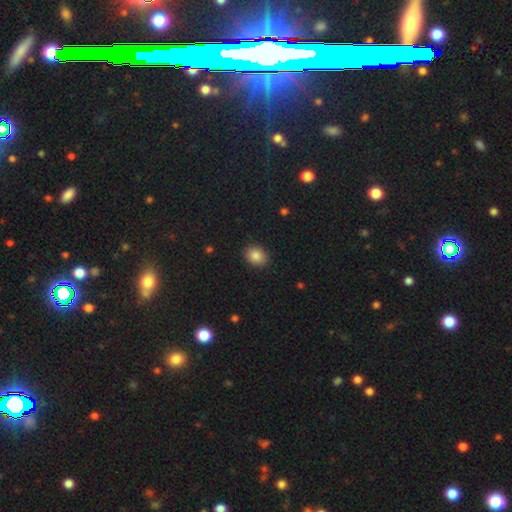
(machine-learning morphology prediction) A smooth galaxy with no disk features (85%) that is in between round and cigar-shaped (54%).

Vote fractions:
- Smooth or featured? smooth: 85% / star or artifact: 9% / featured or disk: 5%
- How rounded? in between: 54% / round: 45% / cigar-shaped: 1%
- Merging? none: 89% / minor disturbance: 8% / major disturbance: 2% / merger: 1%